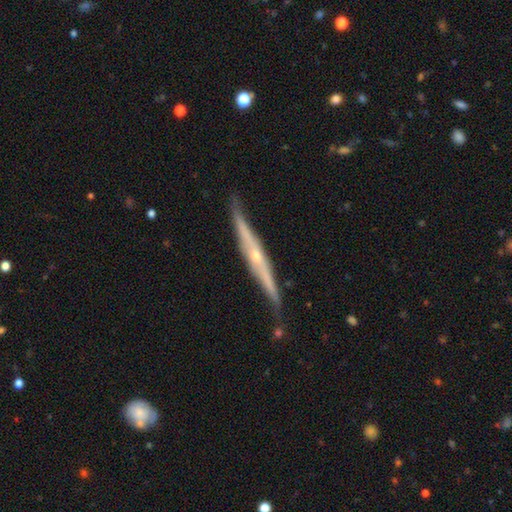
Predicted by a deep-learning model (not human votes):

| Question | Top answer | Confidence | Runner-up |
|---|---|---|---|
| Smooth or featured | featured or disk | 78% | smooth (16%) |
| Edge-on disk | yes | 94% | no (6%) |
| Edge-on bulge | rounded | 75% | none (19%) |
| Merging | none | 77% | minor disturbance (17%) |